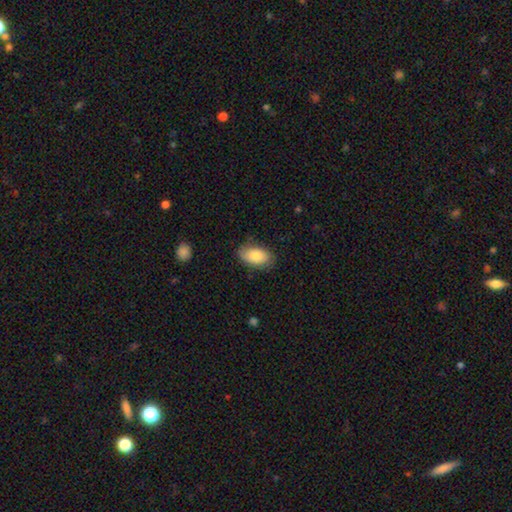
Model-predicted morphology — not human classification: This appears to be a smooth galaxy with no disk features (82%) that is in between round and cigar-shaped (93%). Merging: none (79%).